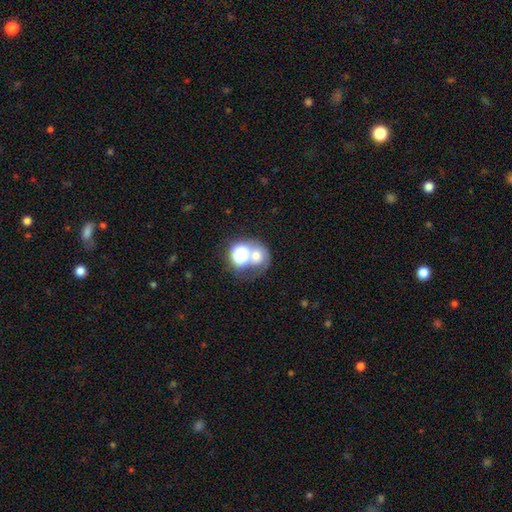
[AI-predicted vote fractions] This appears to be a smooth galaxy with no disk features (55%) that is round (69%). Merging: merger (46%).